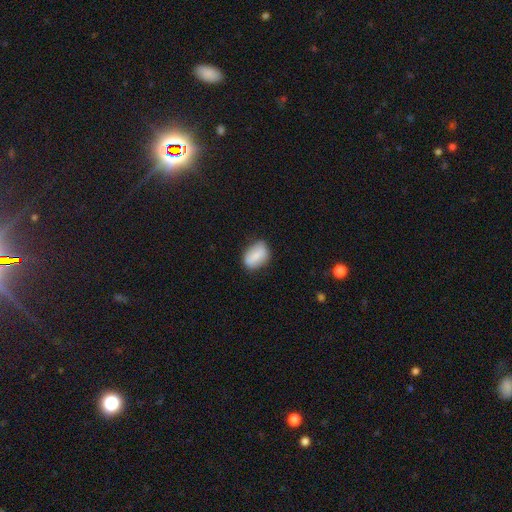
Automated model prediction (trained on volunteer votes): Smooth or featured? smooth (76%)
How rounded? in between (82%)
Merging? none (77%)